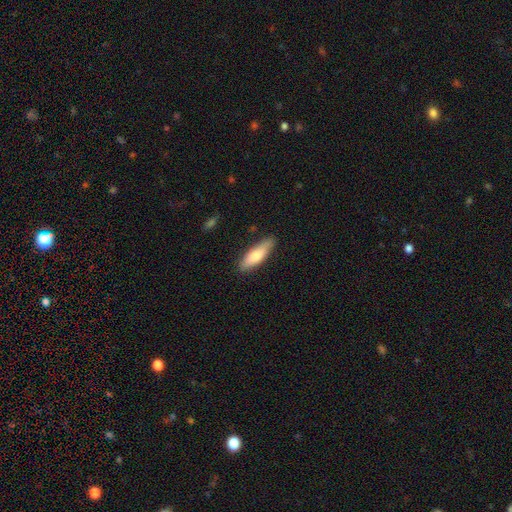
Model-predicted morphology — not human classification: smooth_or_featured: smooth (p=0.73) [alt: featured or disk p=0.21]
how_rounded: cigar-shaped (p=0.58) [alt: in between p=0.41]
merging: none (p=0.84) [alt: minor disturbance p=0.13]